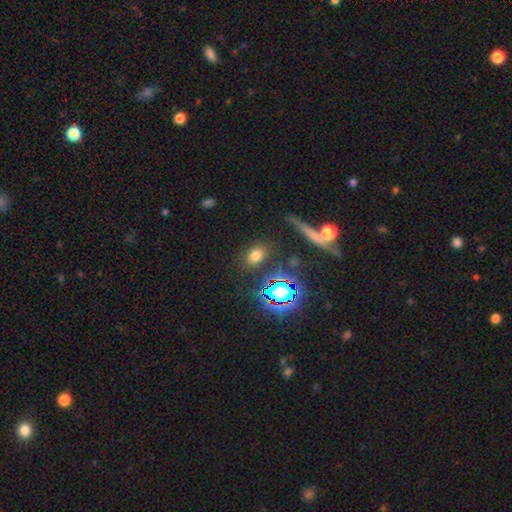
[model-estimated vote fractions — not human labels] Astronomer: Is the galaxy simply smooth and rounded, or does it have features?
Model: smooth — 68%.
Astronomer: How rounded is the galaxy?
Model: in between — 77%.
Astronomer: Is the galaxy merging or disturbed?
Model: none — 83%.